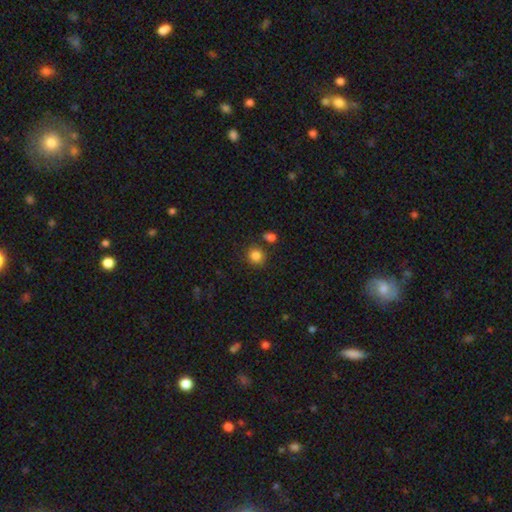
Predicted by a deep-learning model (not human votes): Overall: smooth (85%). How rounded: round (84%). Merging: none (79%).